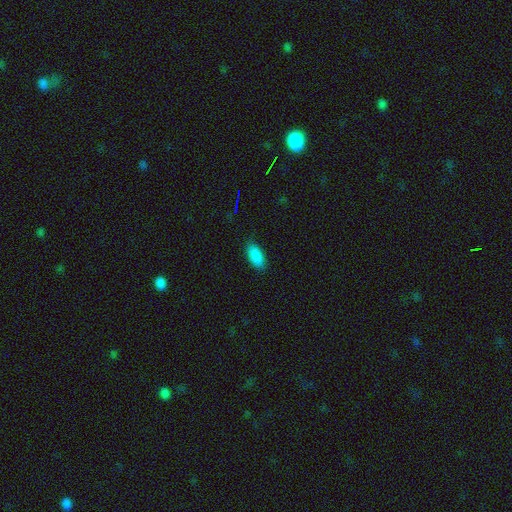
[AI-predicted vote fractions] smooth_or_featured: smooth (p=0.89) [alt: star or artifact p=0.08]
how_rounded: in between (p=0.90) [alt: cigar-shaped p=0.08]
merging: none (p=0.87) [alt: minor disturbance p=0.10]